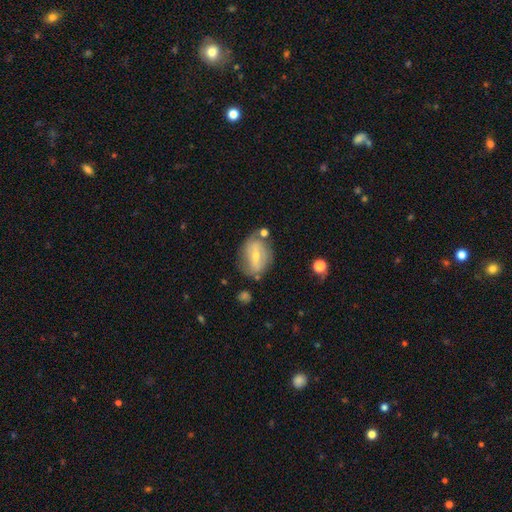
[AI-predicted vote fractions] Morphology: type=featured or disk (54%); edge-on=no (92%); merging=none (61%).